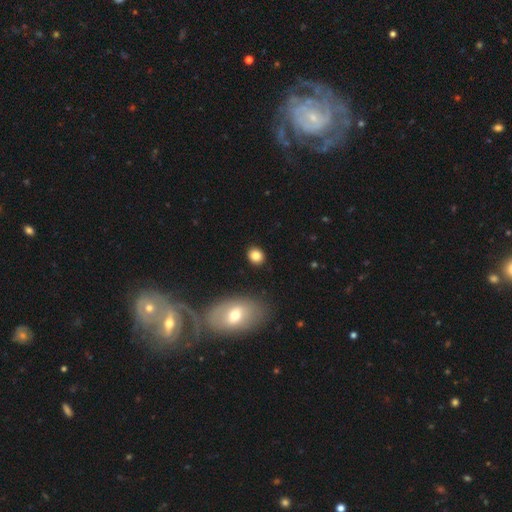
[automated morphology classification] Q: Smooth or featured?
A: smooth (84%); runner-up: star or artifact (10%)
Q: How rounded?
A: round (63%); runner-up: in between (36%)
Q: Merging?
A: none (89%); runner-up: minor disturbance (7%)